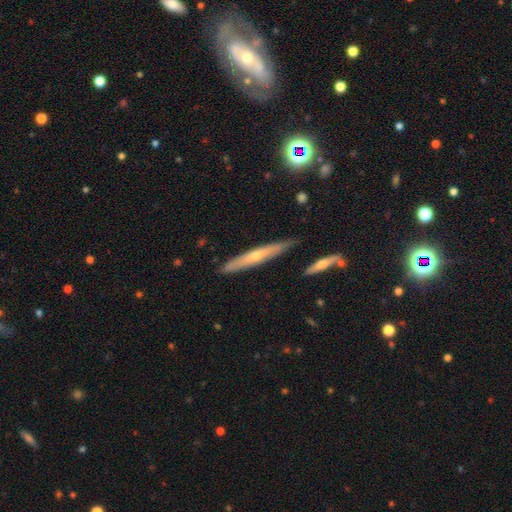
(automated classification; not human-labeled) Morphology: type=featured or disk (54%); edge-on=yes (92%); merging=none (82%).